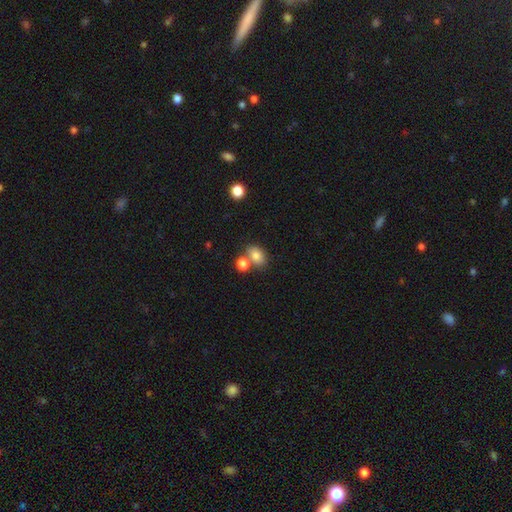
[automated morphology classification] This appears to be a smooth galaxy with no disk features (81%) that is in between round and cigar-shaped (71%). Merging: none (54%).